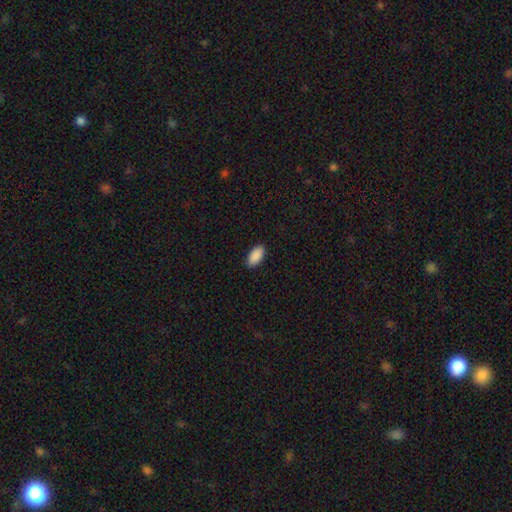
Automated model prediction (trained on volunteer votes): Smooth or featured? Predicted: smooth (p=0.91). How rounded? Predicted: in between (p=0.94). Merging? Predicted: none (p=0.90).